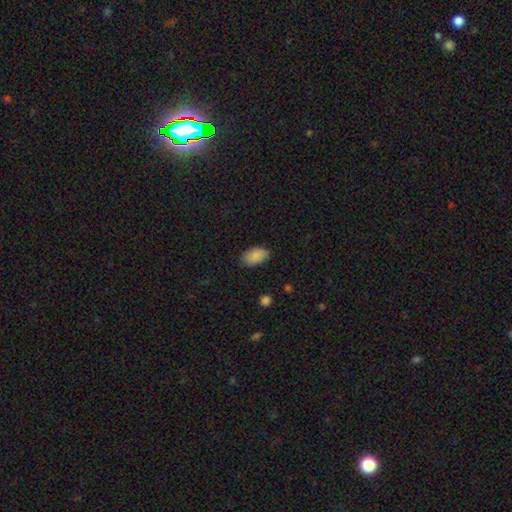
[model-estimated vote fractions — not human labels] Smooth or featured? Predicted: smooth (p=0.88). How rounded? Predicted: in between (p=0.93). Merging? Predicted: none (p=0.81).